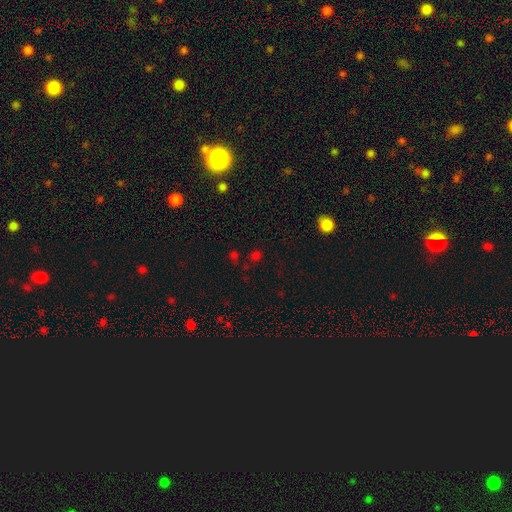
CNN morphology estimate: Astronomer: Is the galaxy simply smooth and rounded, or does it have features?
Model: smooth — 52% (runner-up: star or artifact, 42%).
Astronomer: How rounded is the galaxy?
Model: round — 66%.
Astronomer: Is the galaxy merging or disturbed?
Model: none — 67%.